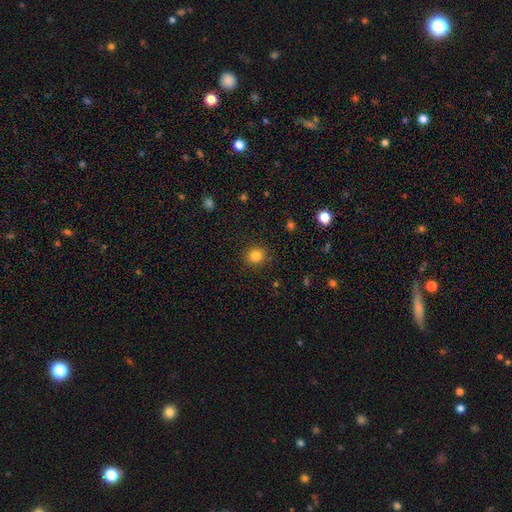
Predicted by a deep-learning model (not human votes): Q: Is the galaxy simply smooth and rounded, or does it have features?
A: smooth — 83%.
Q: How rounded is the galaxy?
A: round — 87%.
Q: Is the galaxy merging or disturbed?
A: none — 90%.